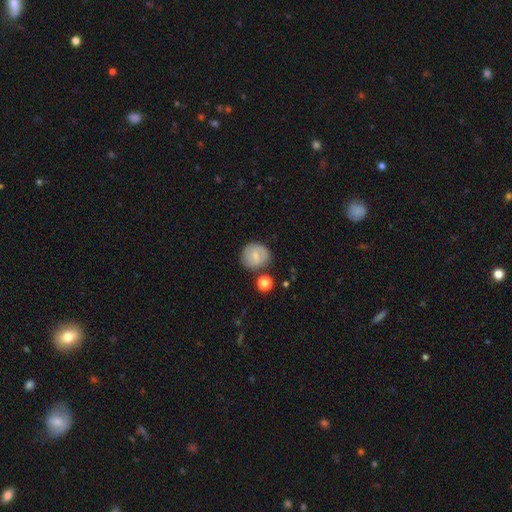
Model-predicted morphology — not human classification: smooth_or_featured: smooth (p=0.65) [alt: featured or disk p=0.27]
how_rounded: round (p=0.84) [alt: in between p=0.15]
merging: none (p=0.74) [alt: minor disturbance p=0.15]